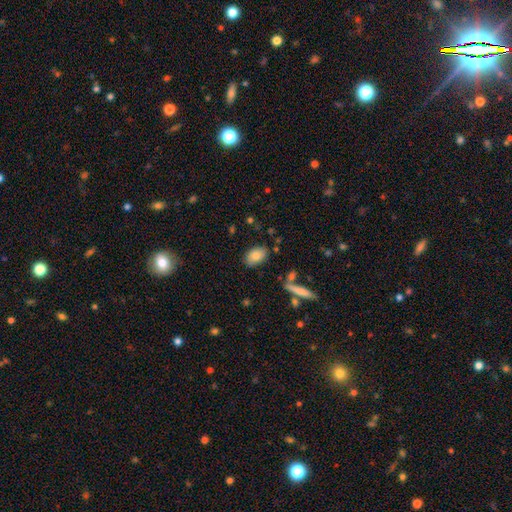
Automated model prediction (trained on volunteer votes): This appears to be a smooth galaxy with no disk features (82%) that is in between round and cigar-shaped (90%). Merging: none (81%).